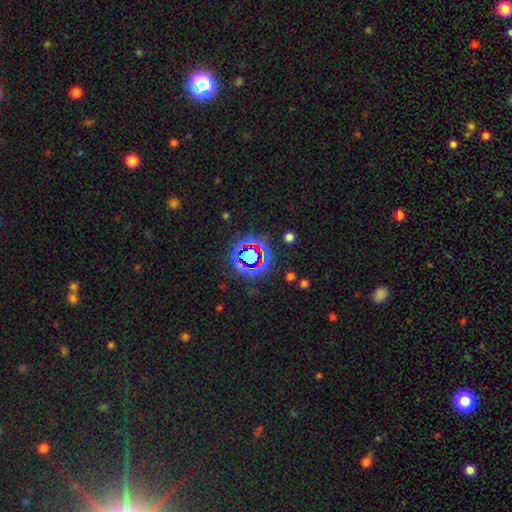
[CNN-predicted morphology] Q: Smooth or featured?
A: star or artifact (67%); runner-up: smooth (21%)